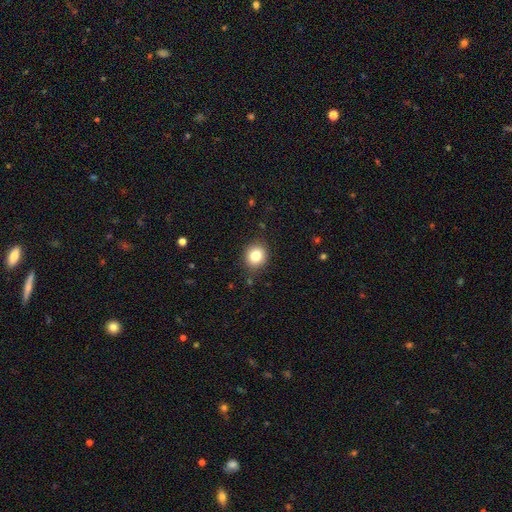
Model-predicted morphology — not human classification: Overall: smooth (82%). How rounded: round (76%). Merging: none (87%).